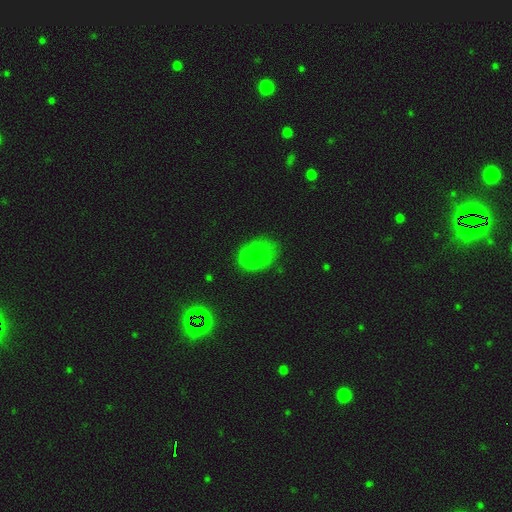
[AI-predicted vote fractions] Smooth or featured? smooth (75%)
How rounded? in between (65%)
Merging? none (77%)